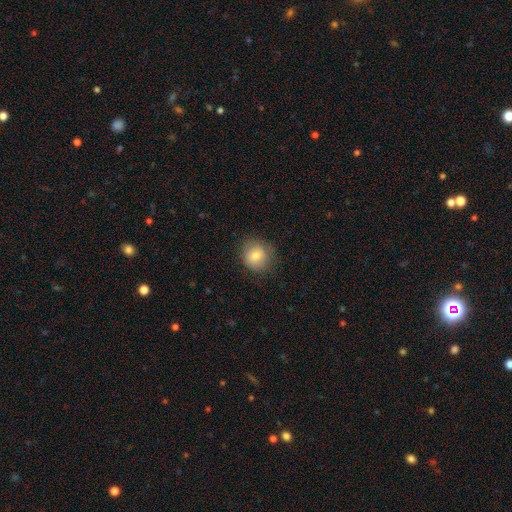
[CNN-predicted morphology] Smooth or featured?
  - smooth: 78% *
  - featured or disk: 12%
  - star or artifact: 9%
How rounded?
  - round: 85% *
  - in between: 14%
  - cigar-shaped: 1%
Merging?
  - none: 82% *
  - minor disturbance: 13%
  - major disturbance: 4%
  - merger: 1%